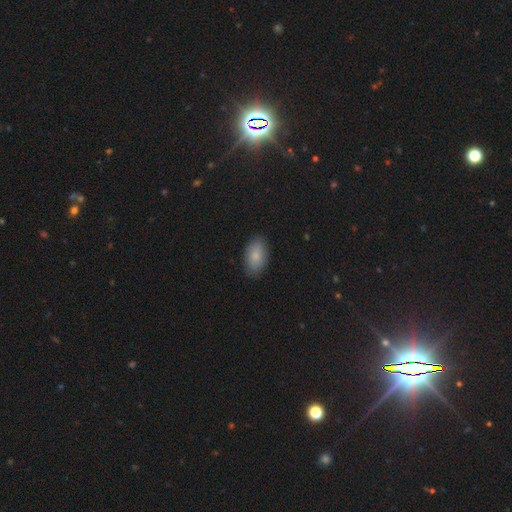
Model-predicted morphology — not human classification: smooth_or_featured: smooth (p=0.84) [alt: featured or disk p=0.09]
how_rounded: in between (p=0.93) [alt: round p=0.04]
merging: none (p=0.86) [alt: minor disturbance p=0.11]